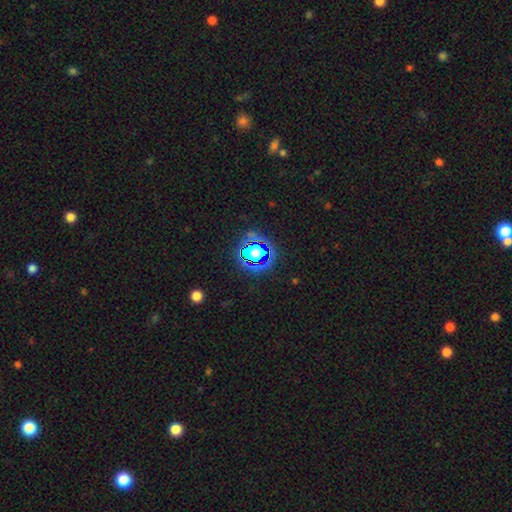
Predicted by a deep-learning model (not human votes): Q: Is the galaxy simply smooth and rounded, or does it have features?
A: star or artifact — 78%.